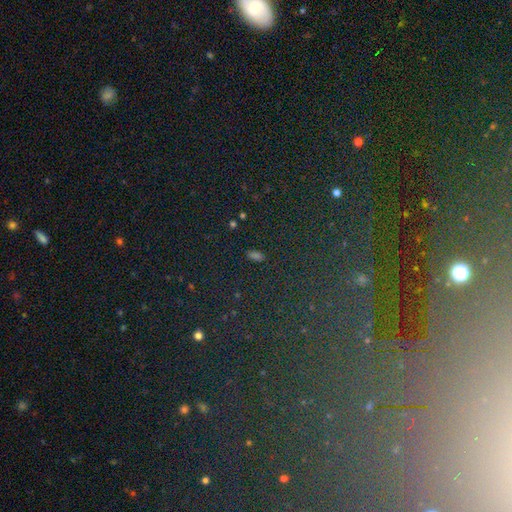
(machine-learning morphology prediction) A smooth galaxy with no disk features (58%) that is in between round and cigar-shaped (86%). Merging: none (87%).